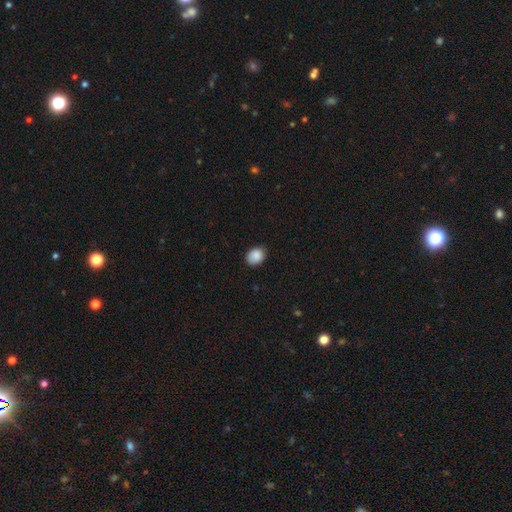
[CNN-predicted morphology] The model was most divided on "how rounded": in between: 56%, round: 43%, cigar-shaped: 1%. More confident: smooth or featured — smooth (89%); merging — none (85%).